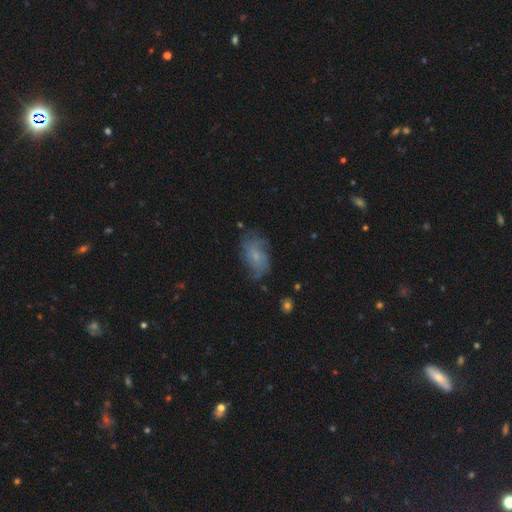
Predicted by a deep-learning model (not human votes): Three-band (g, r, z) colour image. It shows a featured or disk galaxy (52%). Merging: none (62%).